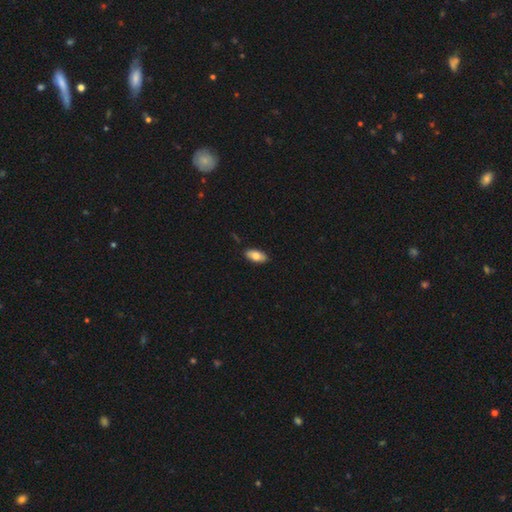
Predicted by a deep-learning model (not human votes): A smooth galaxy with no disk features (78%) that is in between round and cigar-shaped (91%).

Vote fractions:
- Smooth or featured? smooth: 78% / featured or disk: 15% / star or artifact: 6%
- How rounded? in between: 91% / cigar-shaped: 6% / round: 3%
- Merging? none: 88% / minor disturbance: 9% / major disturbance: 2% / merger: 1%